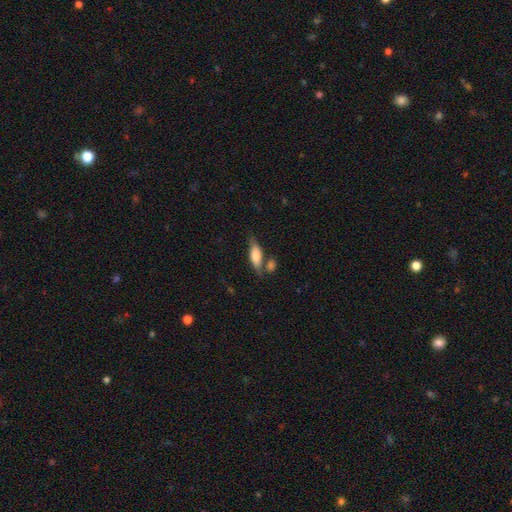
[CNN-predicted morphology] Overall: smooth (73%). How rounded: in between (65%; cigar-shaped 32%). Merging: none (54%; merger 20%).